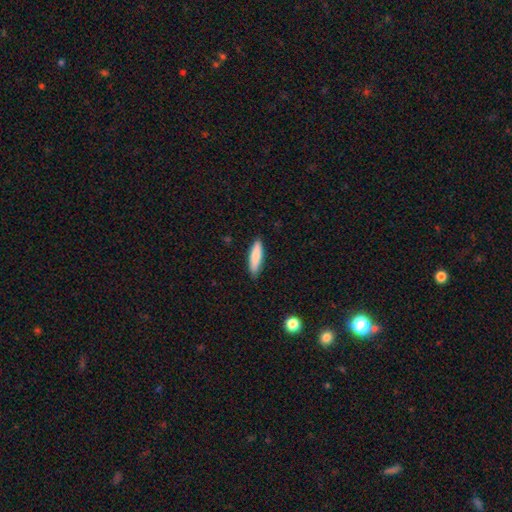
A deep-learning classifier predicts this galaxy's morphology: Overall: smooth (84%). How rounded: cigar-shaped (67%; in between 31%). Merging: none (87%).